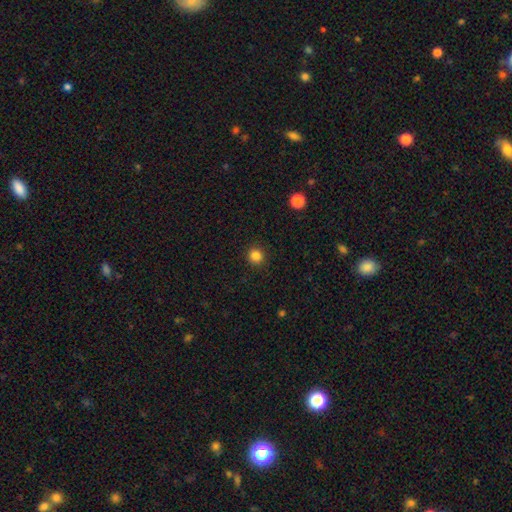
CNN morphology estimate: smooth-or-featured: smooth: 84% | star or artifact: 12% | featured or disk: 4%
  how-rounded: round: 94% | in between: 5% | cigar-shaped: 1%
  merging: none: 92% | minor disturbance: 5% | major disturbance: 2% | merger: 1%